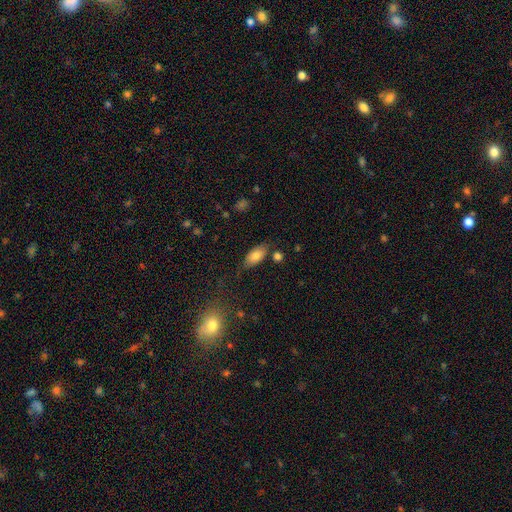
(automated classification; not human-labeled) A smooth galaxy with no disk features (80%) that is in between round and cigar-shaped (91%). Merging: none (72%).